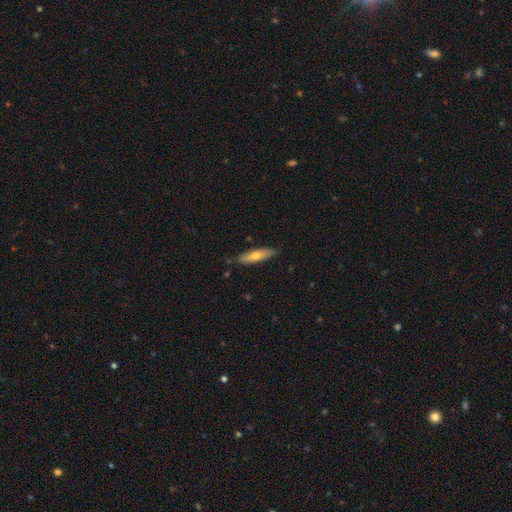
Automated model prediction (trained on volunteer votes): Overall: smooth (59%; featured or disk 35%). How rounded: cigar-shaped (72%). Merging: none (84%).